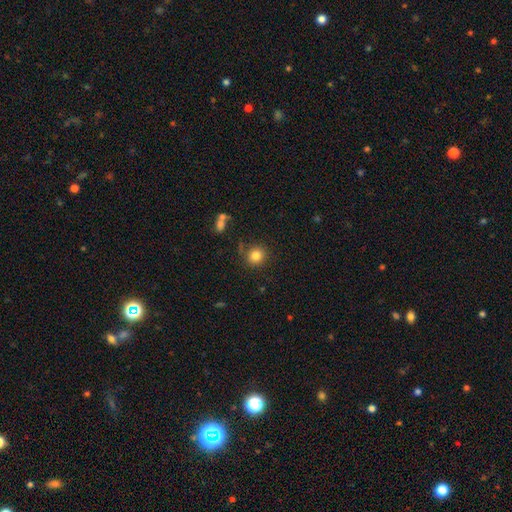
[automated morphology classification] The model was most divided on "smooth or featured": smooth: 82%, star or artifact: 12%, featured or disk: 6%. More confident: how rounded — round (89%); merging — none (83%).